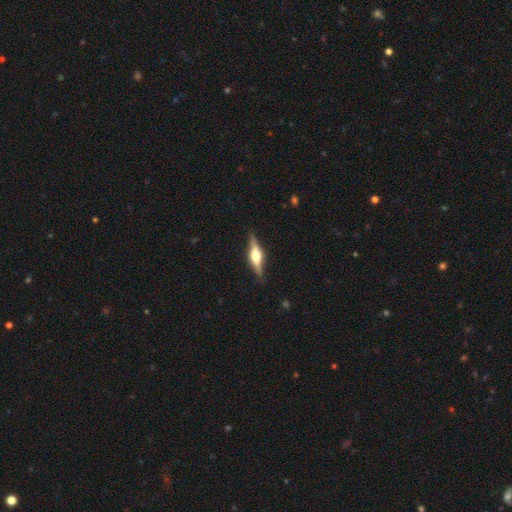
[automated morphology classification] A featured or disk galaxy (70%) viewed edge-on (96%) with a rounded central bulge (91%).

Vote fractions:
- Smooth or featured? featured or disk: 70% / smooth: 24% / star or artifact: 6%
- Edge-on disk? yes: 96% / no: 4%
- Edge-on bulge? rounded: 91% / boxy: 7% / none: 2%
- Merging? none: 87% / minor disturbance: 10% / major disturbance: 2% / merger: 1%